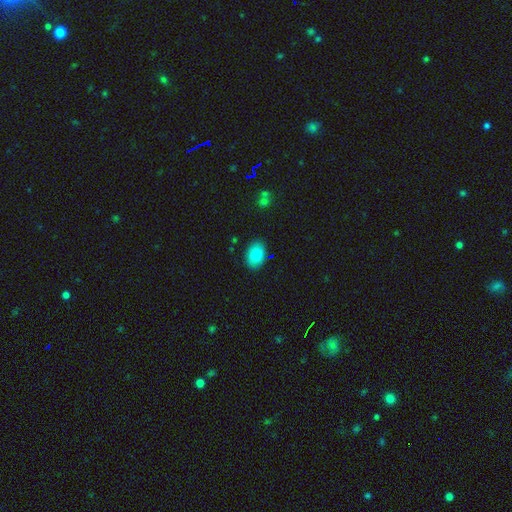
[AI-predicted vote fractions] Morphology: type=smooth (87%); roundness=in between (84%); merging=none (86%).